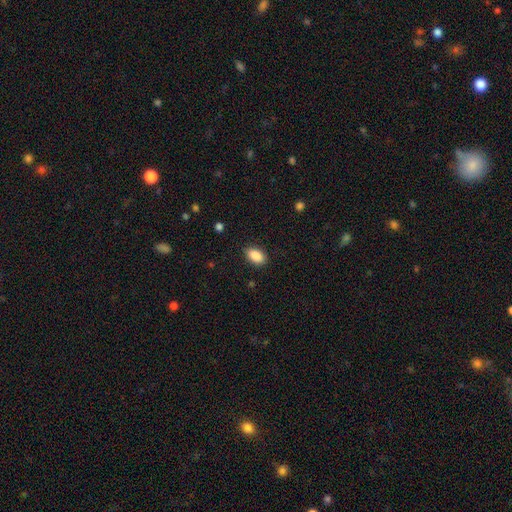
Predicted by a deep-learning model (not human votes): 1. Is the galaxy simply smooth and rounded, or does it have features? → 89% smooth, 7% star or artifact, 3% featured or disk.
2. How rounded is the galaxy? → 92% in between, 7% round, 2% cigar-shaped.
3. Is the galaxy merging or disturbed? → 87% none, 9% minor disturbance, 2% major disturbance, 1% merger.